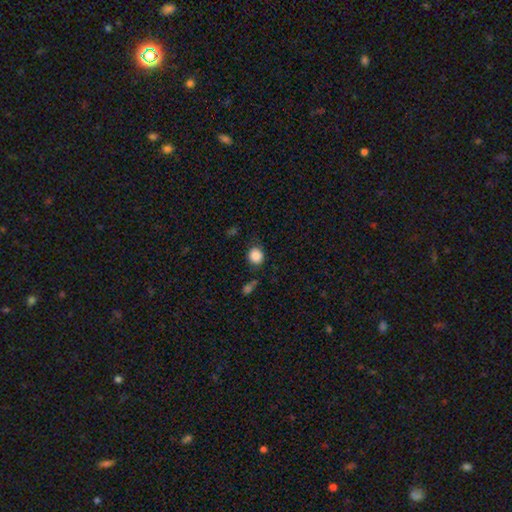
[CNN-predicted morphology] This appears to be a smooth galaxy with no disk features (87%) that is round (84%). Merging: none (79%).